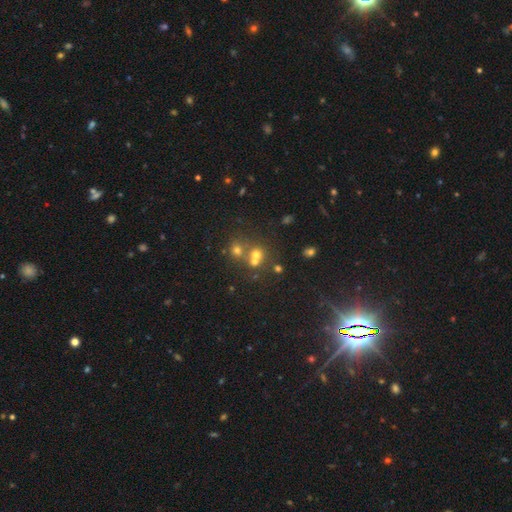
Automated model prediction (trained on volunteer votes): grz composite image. It shows a smooth galaxy with no disk features (59%) that is round (82%). Merging: merger (45%).